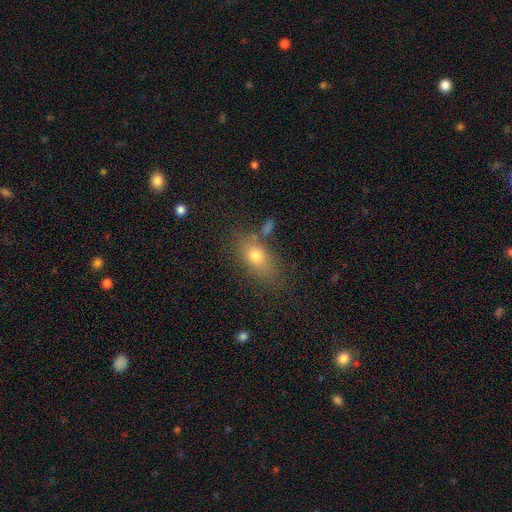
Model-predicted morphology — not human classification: The model was most divided on "merging": none: 69%, minor disturbance: 17%, merger: 7%, major disturbance: 7%. More confident: how rounded — in between (78%); smooth or featured — smooth (74%).